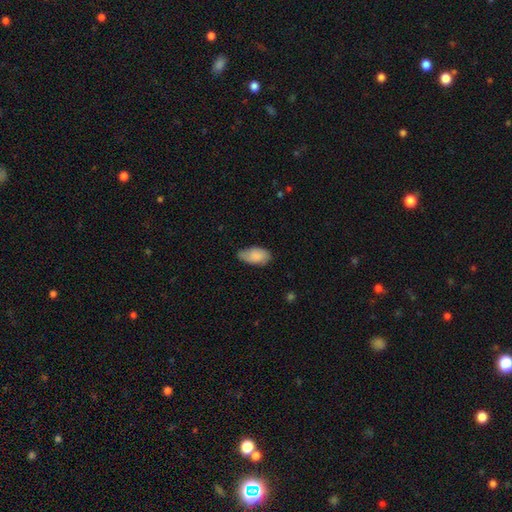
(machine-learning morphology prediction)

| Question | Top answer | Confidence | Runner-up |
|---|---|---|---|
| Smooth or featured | smooth | 85% | featured or disk (9%) |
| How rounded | in between | 94% | round (3%) |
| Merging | none | 58% | minor disturbance (35%) |